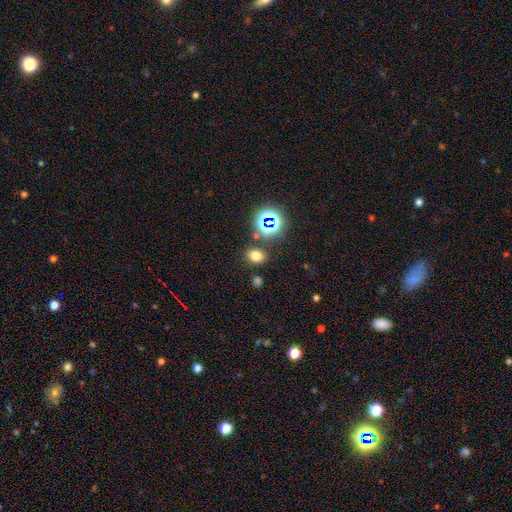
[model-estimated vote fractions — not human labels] Smooth or featured? smooth (71%)
How rounded? in between (60%)
Merging? none (82%)